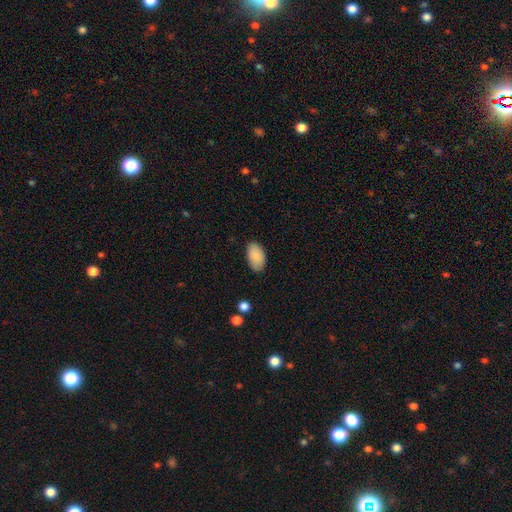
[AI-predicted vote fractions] Smooth or featured? smooth (89%)
How rounded? in between (95%)
Merging? none (85%)